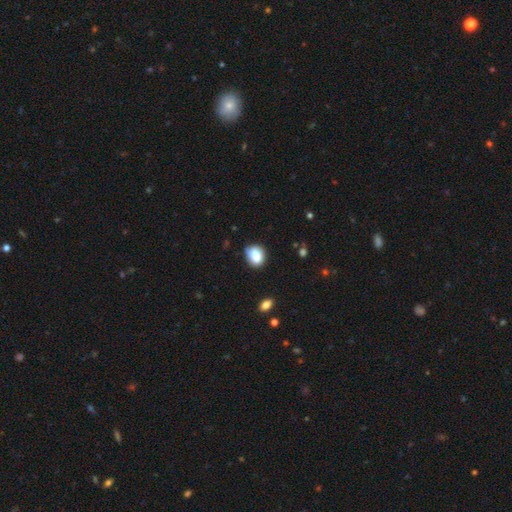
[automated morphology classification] Q: Smooth or featured?
A: smooth (80%); runner-up: featured or disk (11%)
Q: How rounded?
A: in between (58%); runner-up: round (40%)
Q: Merging?
A: none (68%); runner-up: minor disturbance (23%)